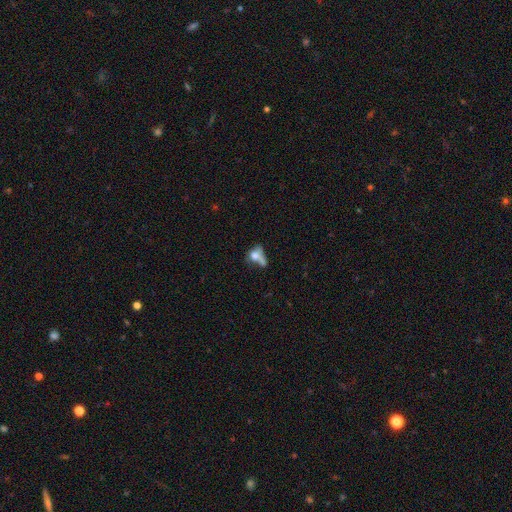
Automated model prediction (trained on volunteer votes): The model was most divided on "merging": merger: 39%, major disturbance: 24%, none: 22%, minor disturbance: 15%. More confident: smooth or featured — smooth (61%); how rounded — in between (59%).